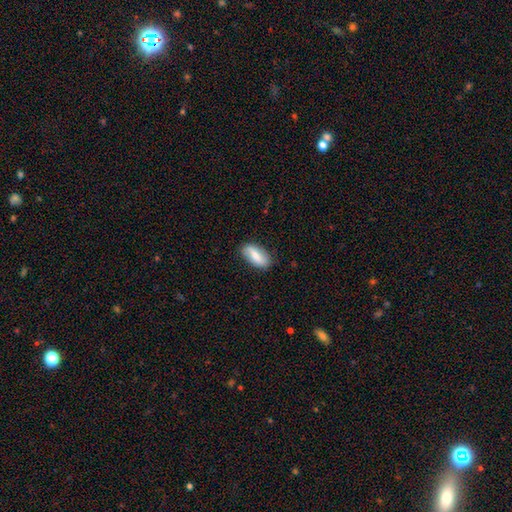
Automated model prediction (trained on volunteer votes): A smooth galaxy with no disk features (69%) that is in between round and cigar-shaped (89%). Merging: none (82%).